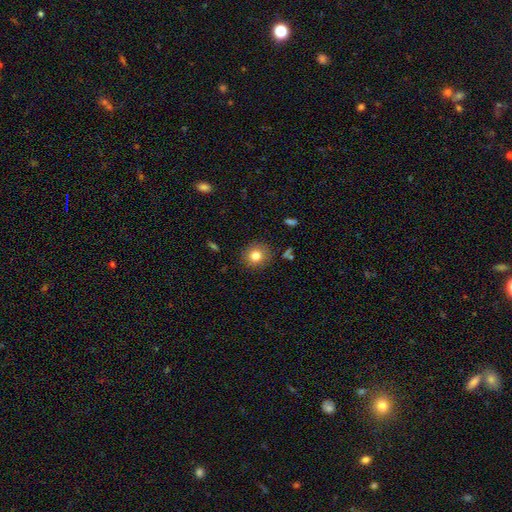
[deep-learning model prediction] Overall: smooth (80%). How rounded: round (86%). Merging: none (87%).